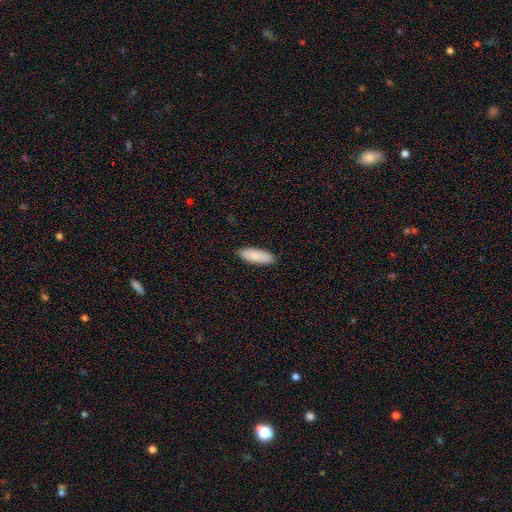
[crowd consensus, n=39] Smooth or featured? 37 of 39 (95%) said smooth. How rounded? 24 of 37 (65%) said in between. Merging? 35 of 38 (92%) said none.